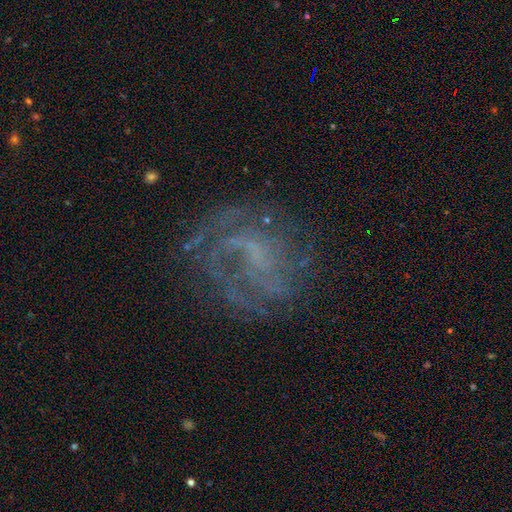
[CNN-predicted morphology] type=featured or disk (72%); edge-on=no (98%); bar=no (53%); spiral arms=yes (78%); winding=tight (39%); arm count=can't tell (40%); bulge=none (60%); merging=none (64%).